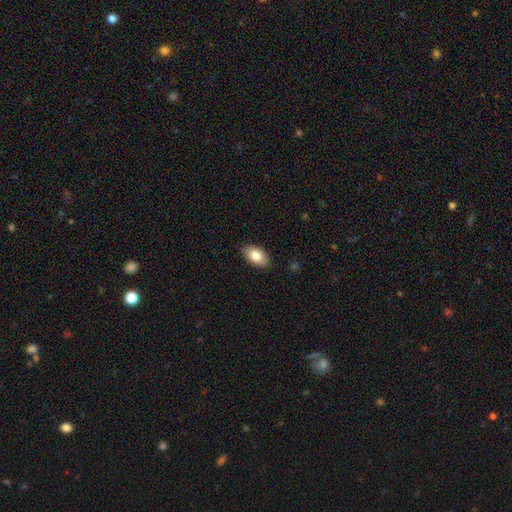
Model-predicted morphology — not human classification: Smooth or featured? Predicted: smooth (p=0.83). How rounded? Predicted: in between (p=0.94). Merging? Predicted: none (p=0.88).